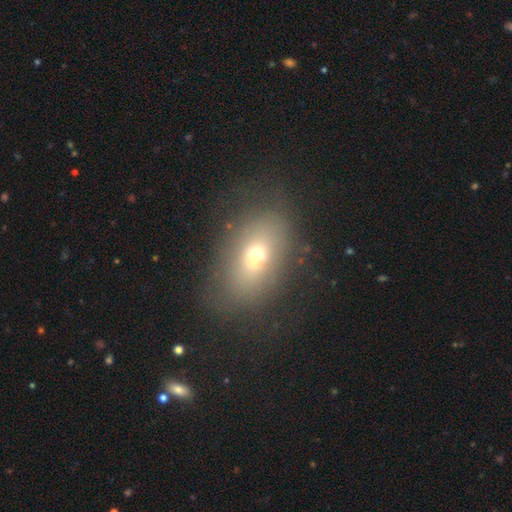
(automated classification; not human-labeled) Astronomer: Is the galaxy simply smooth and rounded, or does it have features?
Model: smooth — 62%.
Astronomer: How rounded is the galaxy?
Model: in between — 79%.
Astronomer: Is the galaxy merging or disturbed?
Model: none — 74%.